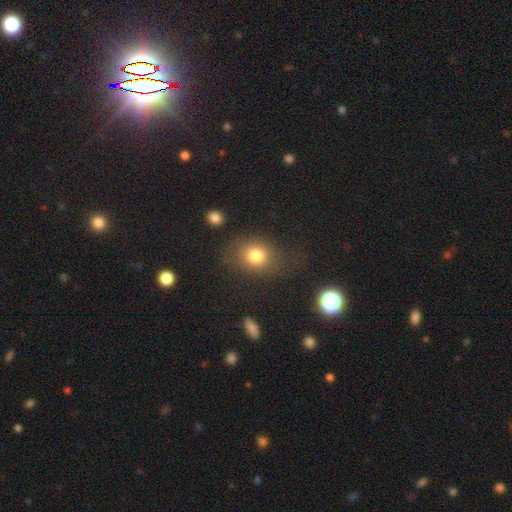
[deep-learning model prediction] Smooth or featured? Predicted: smooth (p=0.79). How rounded? Predicted: round (p=0.66). Merging? Predicted: none (p=0.72).